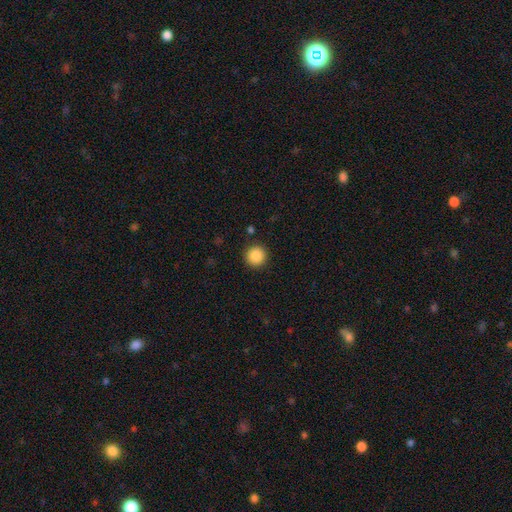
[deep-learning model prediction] A smooth galaxy with no disk features (88%) that is round (95%). Merging: none (91%).